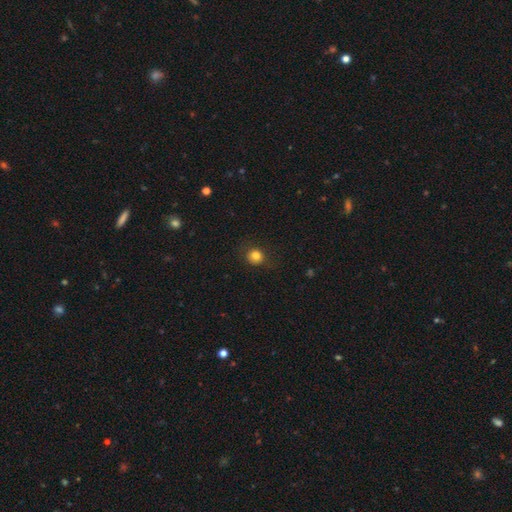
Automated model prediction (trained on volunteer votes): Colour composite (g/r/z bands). It shows a smooth galaxy with no disk features (81%) that is round (84%). Merging: none (82%).